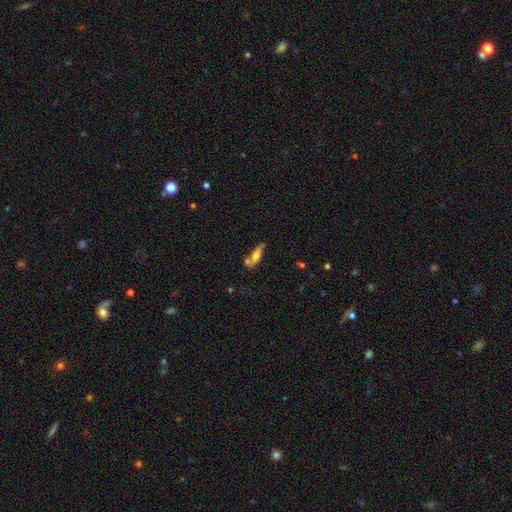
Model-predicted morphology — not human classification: This is possibly a smooth galaxy (54%). How rounded: possibly cigar-shaped (54%). Merging: possibly none (48%).